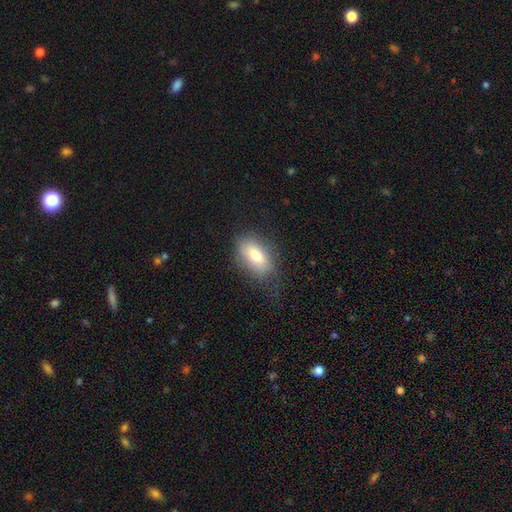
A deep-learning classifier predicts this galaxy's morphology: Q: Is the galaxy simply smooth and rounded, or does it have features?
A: smooth — 78%.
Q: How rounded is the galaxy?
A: in between — 89%.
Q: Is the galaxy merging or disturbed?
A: none — 66%.